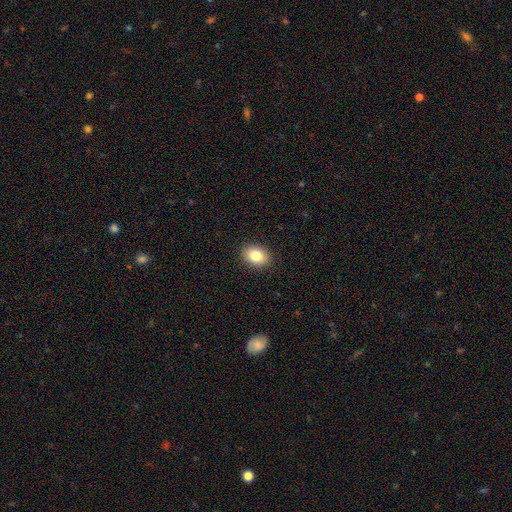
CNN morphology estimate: type=smooth (84%); roundness=in between (75%); merging=none (90%).